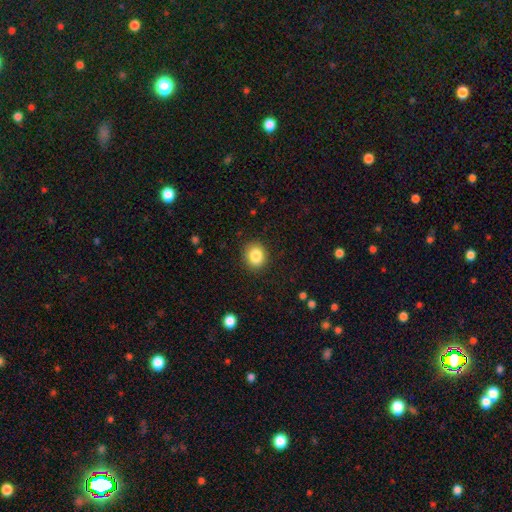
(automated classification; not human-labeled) smooth-or-featured: smooth: 85% | star or artifact: 9% | featured or disk: 5%
  how-rounded: round: 75% | in between: 24% | cigar-shaped: 1%
  merging: none: 89% | minor disturbance: 7% | major disturbance: 2% | merger: 1%